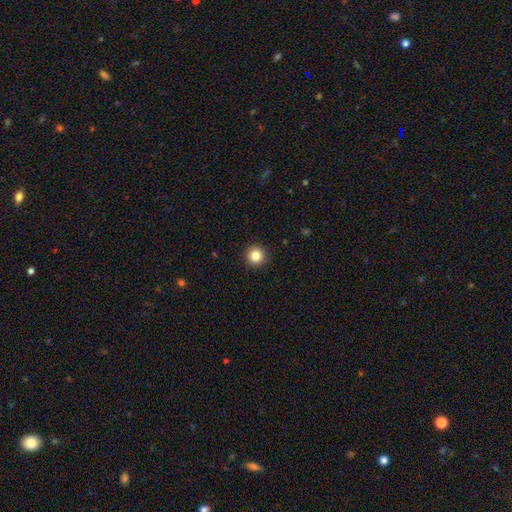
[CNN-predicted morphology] smooth-or-featured: smooth: 83% | star or artifact: 11% | featured or disk: 5%
  how-rounded: round: 96% | in between: 3% | cigar-shaped: 1%
  merging: none: 94% | minor disturbance: 4% | major disturbance: 1% | merger: 1%